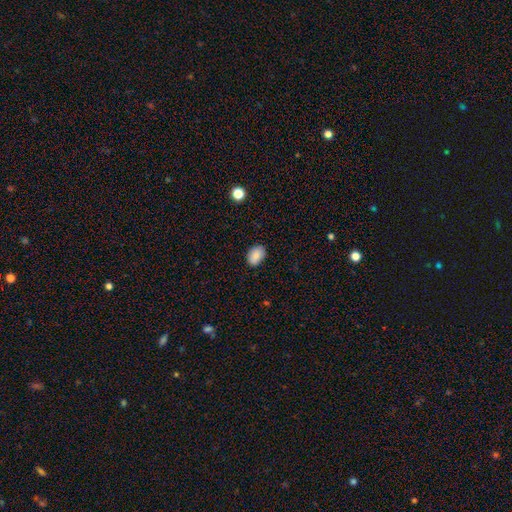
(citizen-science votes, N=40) Q: Smooth or featured?
A: smooth (90%); runner-up: featured or disk (5%)
Q: How rounded?
A: in between (83%); runner-up: round (17%)
Q: Merging?
A: none (74%); runner-up: minor disturbance (16%)